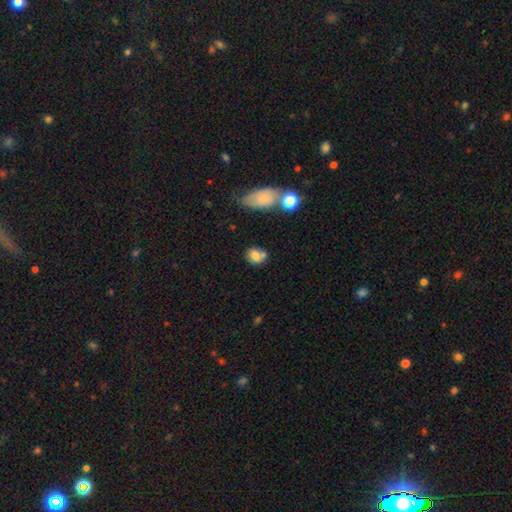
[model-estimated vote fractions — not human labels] This is likely a smooth galaxy (74%). How rounded: possibly round (50%). Merging: possibly none (49%).